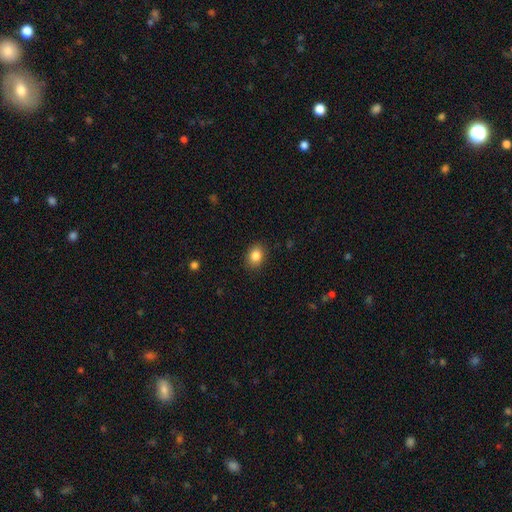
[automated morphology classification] Smooth or featured? Predicted: smooth (p=0.85). How rounded? Predicted: in between (p=0.59). Merging? Predicted: none (p=0.88).